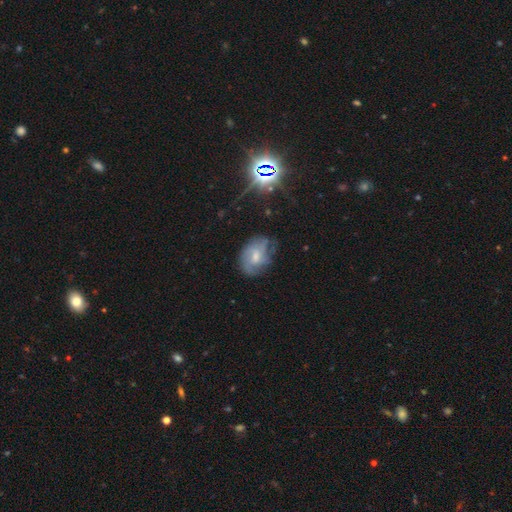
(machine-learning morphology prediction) This is possibly a featured or disk galaxy (54%). It is clearly not viewed edge-on (96%). Bar: likely no (60%). Spiral arm pattern: likely yes (71%). Central bulge: possibly moderate (46%). Merging: possibly none (52%).